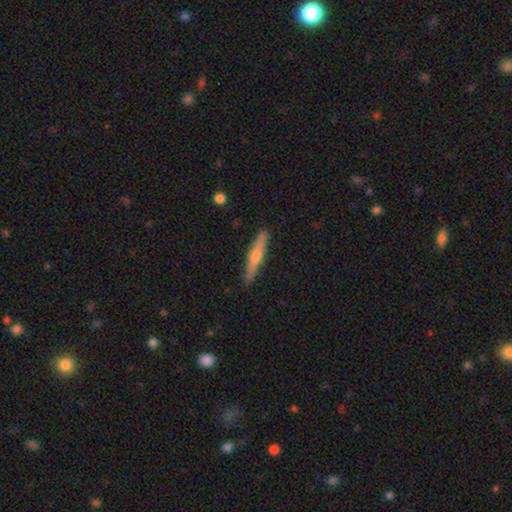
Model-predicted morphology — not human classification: Overall: featured or disk (50%; smooth 45%). Merging: none (90%).